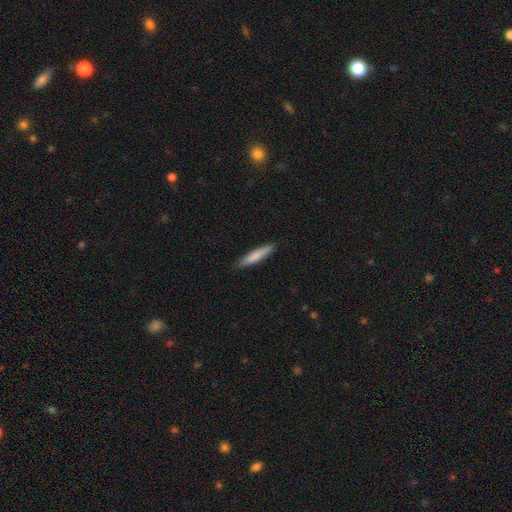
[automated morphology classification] Overall: smooth (77%). How rounded: cigar-shaped (90%). Merging: none (87%).